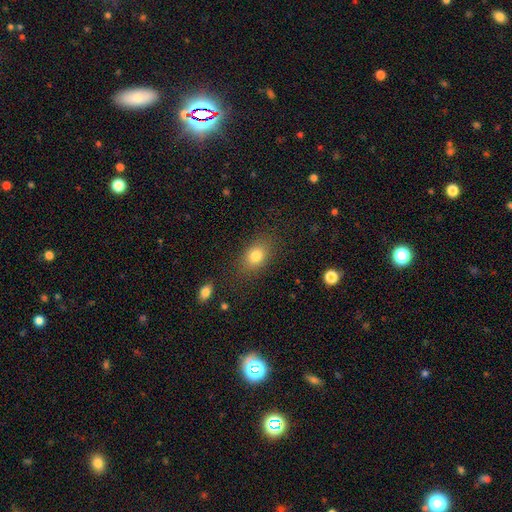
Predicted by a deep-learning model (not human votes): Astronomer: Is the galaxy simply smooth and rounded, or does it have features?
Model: smooth — 81%.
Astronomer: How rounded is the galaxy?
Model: in between — 76%.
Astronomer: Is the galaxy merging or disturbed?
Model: none — 80%.